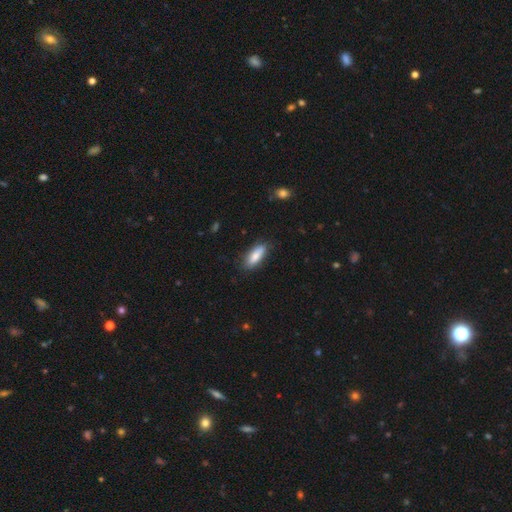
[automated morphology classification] smooth_or_featured: smooth (p=0.78) [alt: featured or disk p=0.16]
how_rounded: in between (p=0.61) [alt: cigar-shaped p=0.37]
merging: none (p=0.81) [alt: minor disturbance p=0.14]